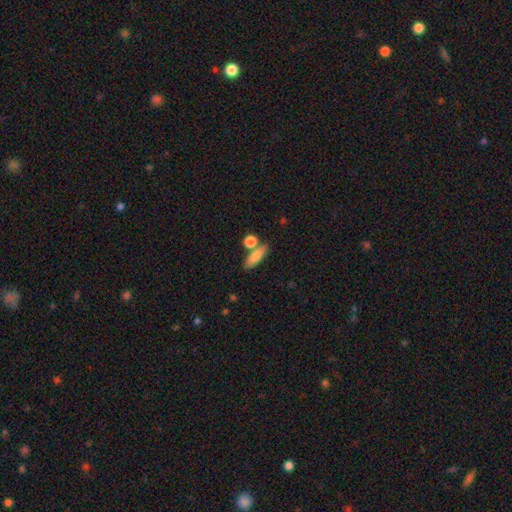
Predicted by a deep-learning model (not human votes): This appears to be a smooth galaxy with no disk features (80%) that is in between round and cigar-shaped (53%). Merging: none (64%).